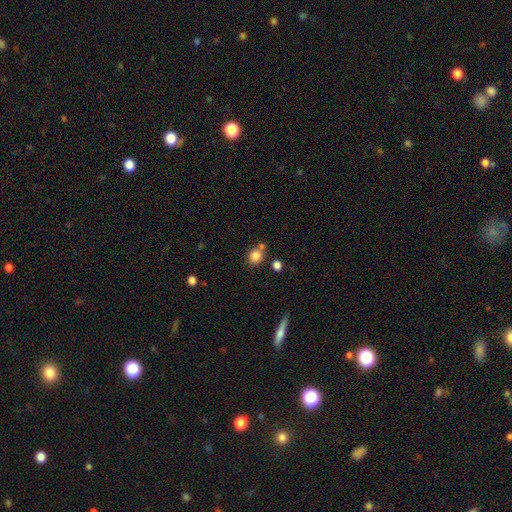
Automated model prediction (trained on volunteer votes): Smooth or featured? Predicted: smooth (p=0.83). How rounded? Predicted: round (p=0.78). Merging? Predicted: none (p=0.64).